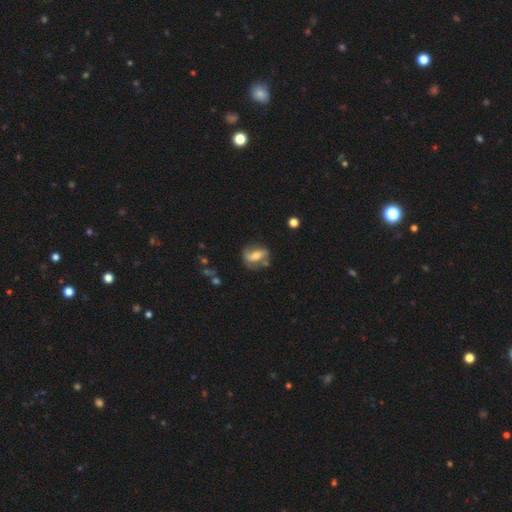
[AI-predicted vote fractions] A featured or disk galaxy (57%) with no bar (35%), spiral arms (77%) and a moderate central bulge (57%). Merging: none (59%).